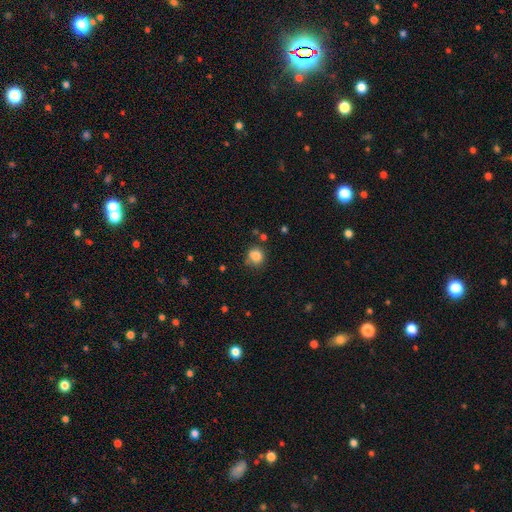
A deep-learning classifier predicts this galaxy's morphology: This is clearly a smooth galaxy (83%). How rounded: clearly round (84%). Merging: likely none (70%).